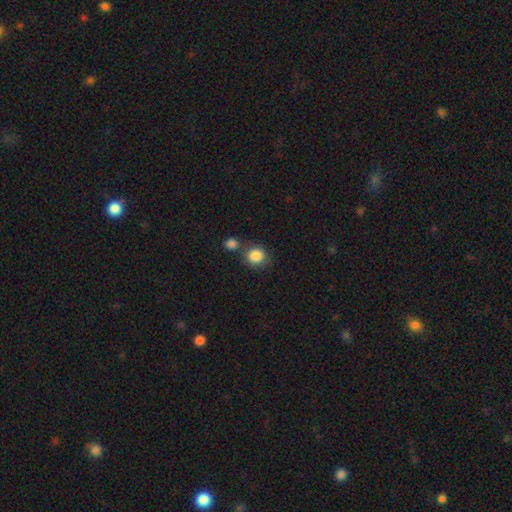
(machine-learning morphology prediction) smooth-or-featured: smooth: 86% | star or artifact: 9% | featured or disk: 5%
  how-rounded: round: 81% | in between: 18% | cigar-shaped: 1%
  merging: none: 62% | merger: 22% | minor disturbance: 12% | major disturbance: 4%